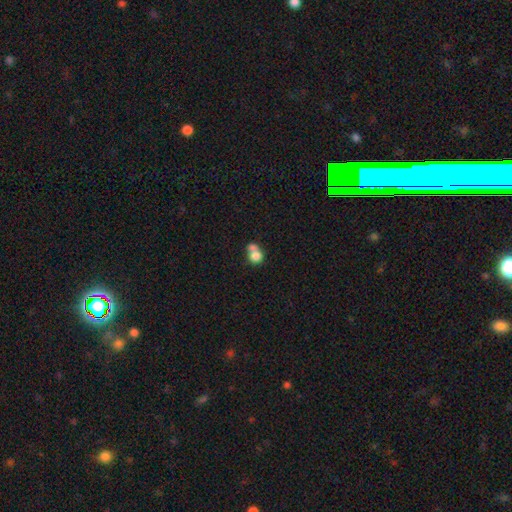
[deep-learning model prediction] smooth-or-featured: smooth: 76% | featured or disk: 14% | star or artifact: 9%
  how-rounded: round: 72% | in between: 27% | cigar-shaped: 1%
  merging: merger: 62% | none: 26% | minor disturbance: 8% | major disturbance: 4%